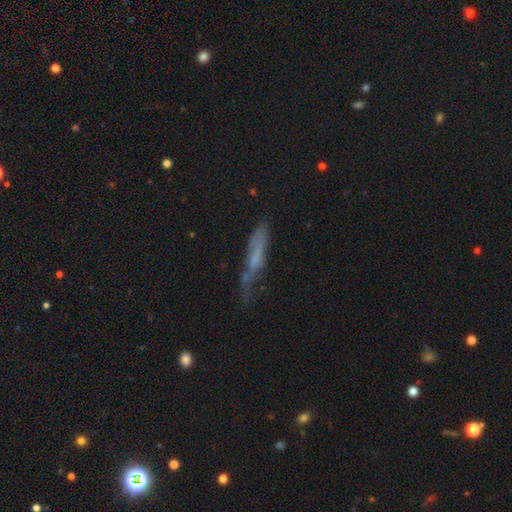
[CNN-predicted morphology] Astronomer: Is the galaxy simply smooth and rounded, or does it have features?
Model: featured or disk — 46% (runner-up: smooth, 42%).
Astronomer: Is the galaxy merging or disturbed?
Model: none — 45% (runner-up: minor disturbance, 30%).